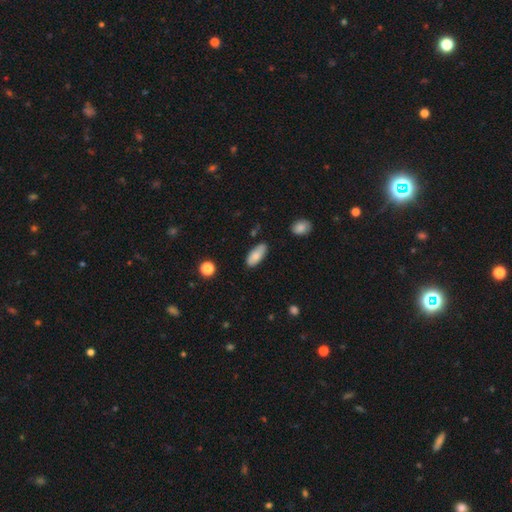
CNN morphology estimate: type=smooth (82%); roundness=in between (84%); merging=none (81%).